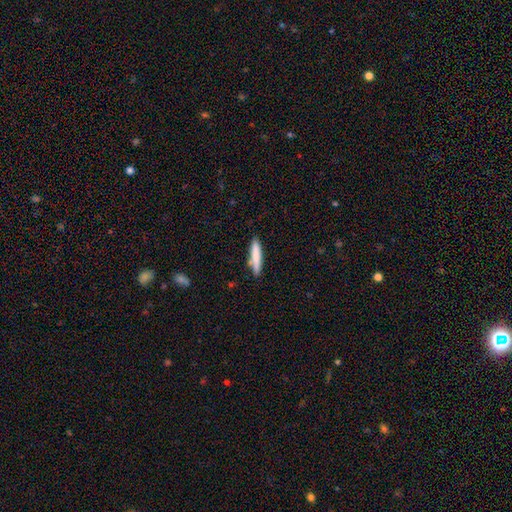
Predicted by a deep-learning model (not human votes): smooth-or-featured: smooth: 79% | featured or disk: 15% | star or artifact: 6%
  how-rounded: cigar-shaped: 87% | in between: 11% | round: 1%
  merging: none: 81% | minor disturbance: 13% | merger: 3% | major disturbance: 2%